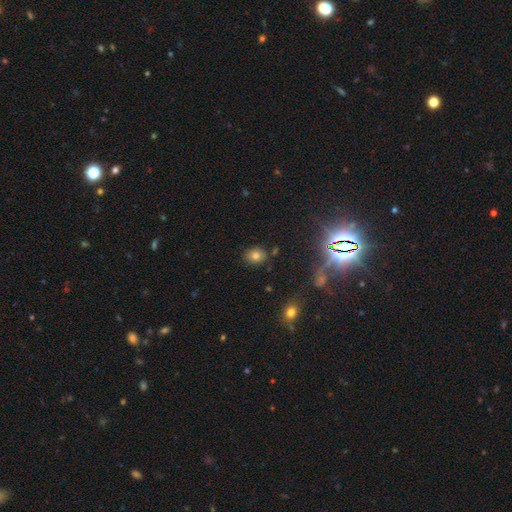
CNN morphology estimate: A smooth galaxy with no disk features (73%) that is round (51%).

Vote fractions:
- Smooth or featured? smooth: 73% / star or artifact: 17% / featured or disk: 10%
- How rounded? round: 51% / in between: 47% / cigar-shaped: 1%
- Merging? none: 82% / minor disturbance: 11% / merger: 3% / major disturbance: 3%